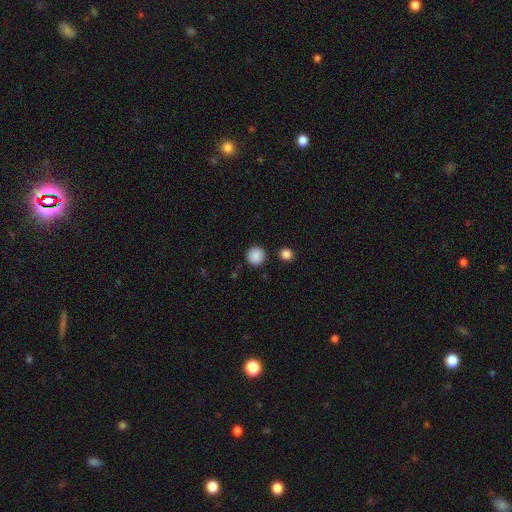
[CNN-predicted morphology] The model was most divided on "smooth or featured": smooth: 88%, star or artifact: 9%, featured or disk: 3%. More confident: how rounded — round (94%); merging — none (88%).